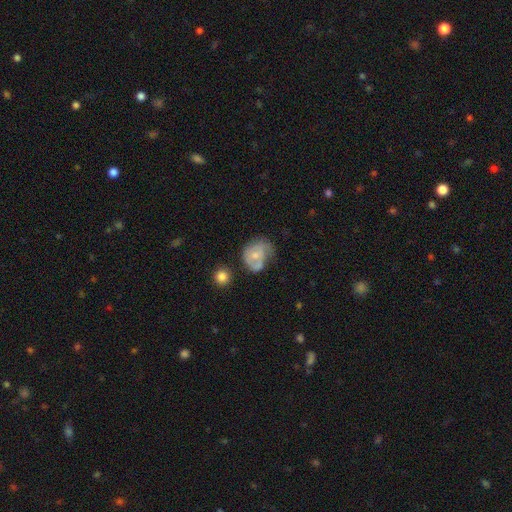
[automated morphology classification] smooth-or-featured: featured or disk: 54% | smooth: 39% | star or artifact: 7%
  disk-edge-on: no: 97% | yes: 3%
    bar: no: 74% | weak: 23% | strong: 3%
    has-spiral-arms: yes: 70% | no: 30%
    bulge-size: small: 45% (tied) | moderate: 45% (tied) | none: 6% | large: 3% | dominant: 1%
  merging: none: 34% | minor disturbance: 32% | major disturbance: 29% | merger: 5%